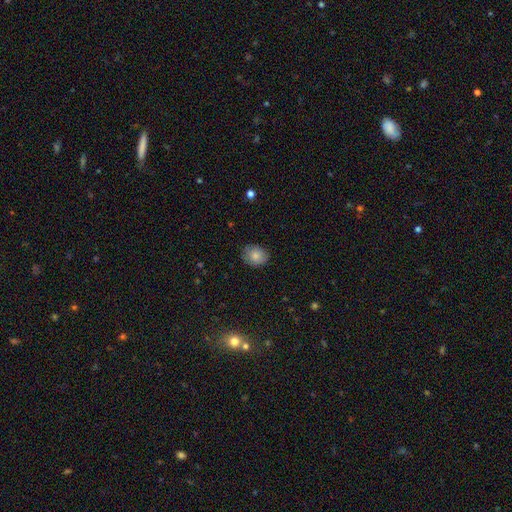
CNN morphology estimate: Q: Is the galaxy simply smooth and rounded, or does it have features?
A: smooth — 83%.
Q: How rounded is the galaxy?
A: round — 62%.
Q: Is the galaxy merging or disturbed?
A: none — 82%.